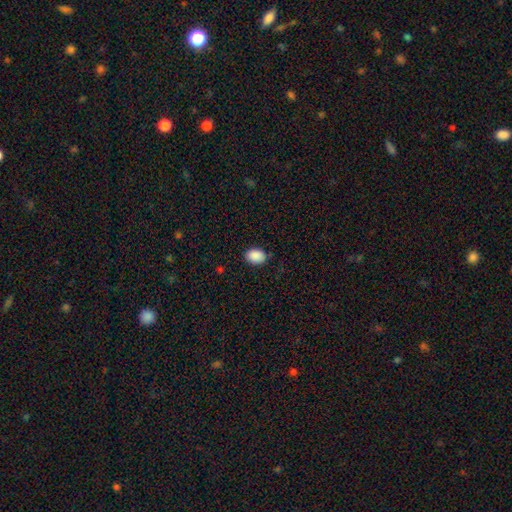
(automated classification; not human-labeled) smooth-or-featured: smooth: 90% | star or artifact: 7% | featured or disk: 3%
  how-rounded: in between: 77% | round: 22% | cigar-shaped: 1%
  merging: none: 86% | minor disturbance: 11% | major disturbance: 2% | merger: 1%